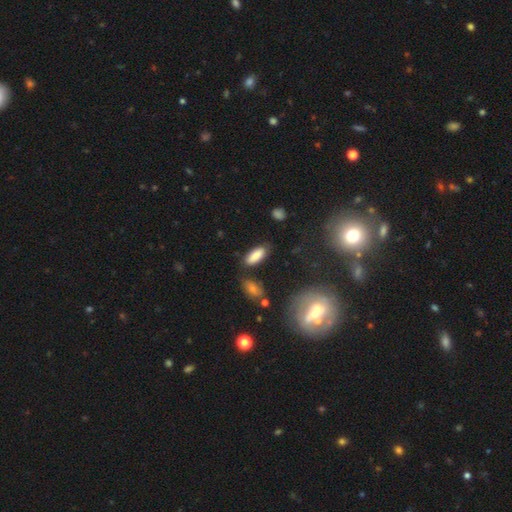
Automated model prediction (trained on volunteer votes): smooth_or_featured: smooth (p=0.84) [alt: featured or disk p=0.08]
how_rounded: in between (p=0.80) [alt: cigar-shaped p=0.18]
merging: none (p=0.80) [alt: minor disturbance p=0.13]